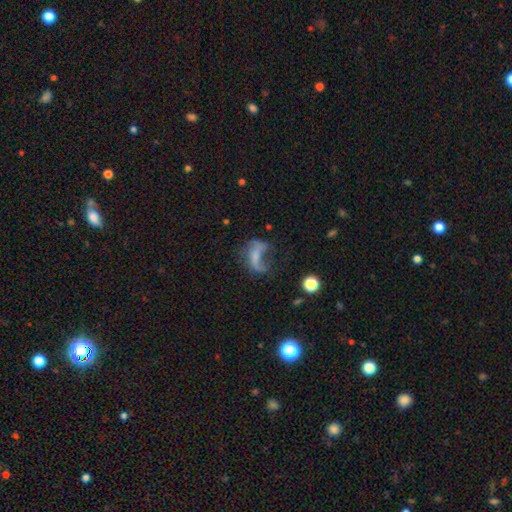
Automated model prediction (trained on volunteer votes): smooth-or-featured: featured or disk: 56% | smooth: 30% | star or artifact: 14%
  disk-edge-on: no: 95% | yes: 5%
    bar: no: 55% | weak: 30% | strong: 15%
    has-spiral-arms: yes: 59% | no: 41%
    bulge-size: none: 51% | small: 30% | moderate: 14% | large: 3% | dominant: 2%
  merging: major disturbance: 48% | none: 27% | minor disturbance: 18% | merger: 7%